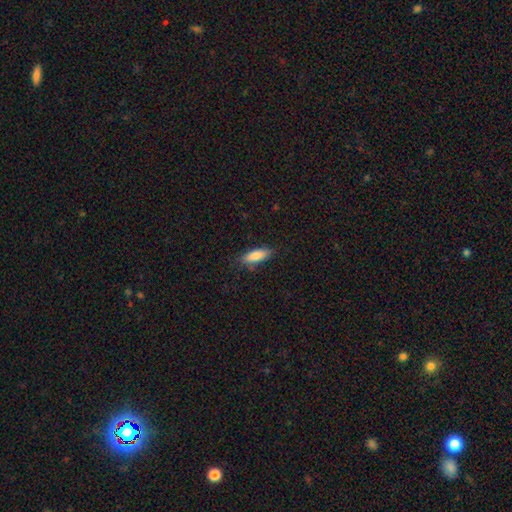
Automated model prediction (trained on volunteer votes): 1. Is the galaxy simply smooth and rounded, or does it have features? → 83% smooth, 11% featured or disk, 6% star or artifact.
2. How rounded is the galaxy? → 61% in between, 37% cigar-shaped, 2% round.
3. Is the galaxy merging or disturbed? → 82% none, 14% minor disturbance, 3% major disturbance, 1% merger.